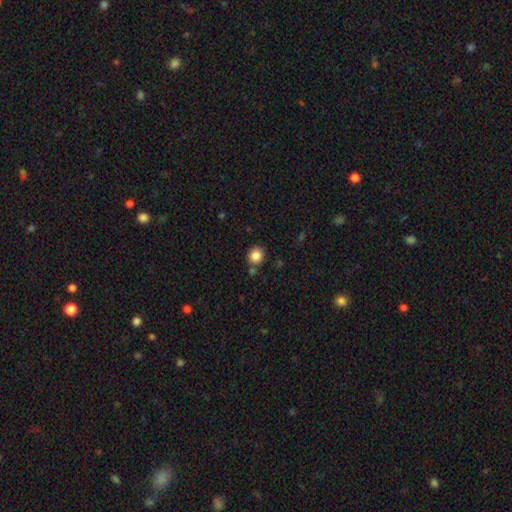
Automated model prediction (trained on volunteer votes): Smooth or featured?
  - smooth: 85% *
  - star or artifact: 10%
  - featured or disk: 4%
How rounded?
  - round: 88% *
  - in between: 11%
  - cigar-shaped: 1%
Merging?
  - none: 80% *
  - minor disturbance: 10%
  - merger: 8%
  - major disturbance: 3%